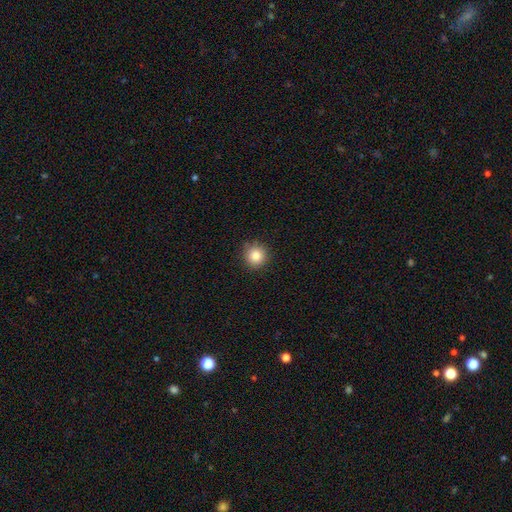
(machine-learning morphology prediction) smooth_or_featured: smooth (p=0.84) [alt: star or artifact p=0.10]
how_rounded: round (p=0.94) [alt: in between p=0.05]
merging: none (p=0.89) [alt: minor disturbance p=0.08]